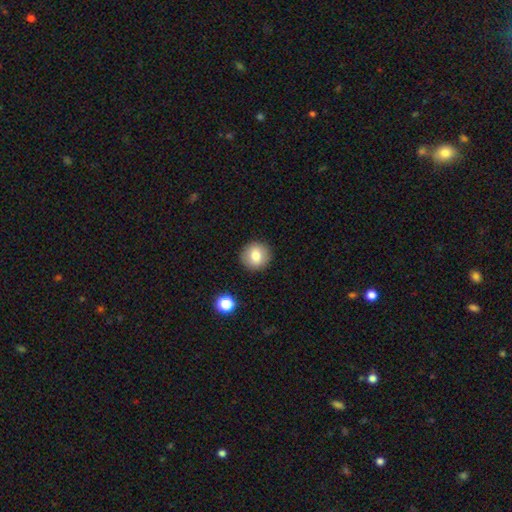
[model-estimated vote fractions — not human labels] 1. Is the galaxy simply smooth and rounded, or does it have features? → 80% smooth, 11% featured or disk, 9% star or artifact.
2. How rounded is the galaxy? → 92% round, 7% in between, 1% cigar-shaped.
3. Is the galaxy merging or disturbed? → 91% none, 6% minor disturbance, 2% major disturbance, 1% merger.